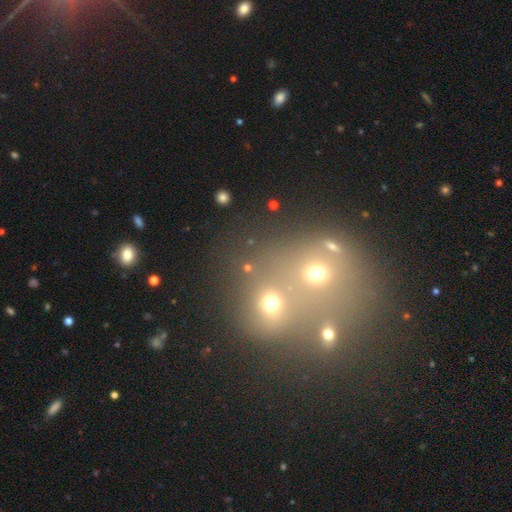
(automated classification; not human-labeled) A star or artifact, not a galaxy (46%).

Vote fractions:
- Smooth or featured? star or artifact: 46% / smooth: 38% / featured or disk: 16%